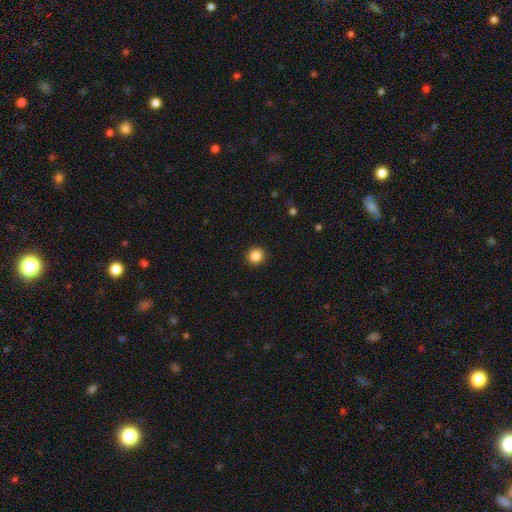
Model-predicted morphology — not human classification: Q: Smooth or featured?
A: smooth (86%); runner-up: star or artifact (10%)
Q: How rounded?
A: round (95%); runner-up: in between (5%)
Q: Merging?
A: none (93%); runner-up: minor disturbance (4%)